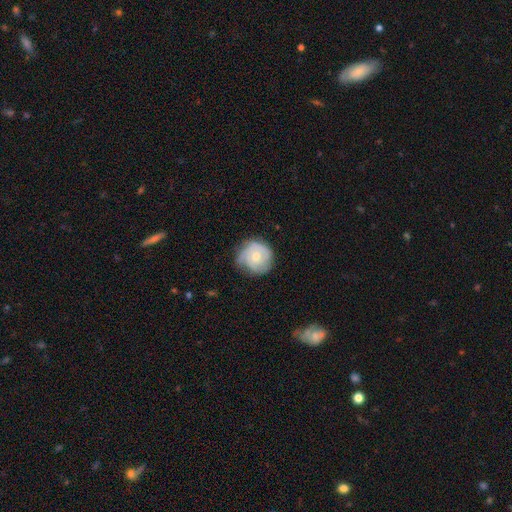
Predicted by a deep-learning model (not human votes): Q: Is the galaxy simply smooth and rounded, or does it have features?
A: featured or disk — 61%.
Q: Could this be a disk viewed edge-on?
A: no — 97%.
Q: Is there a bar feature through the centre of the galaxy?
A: no — 77%.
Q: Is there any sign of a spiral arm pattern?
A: yes — 82%.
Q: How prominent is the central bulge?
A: moderate — 57%.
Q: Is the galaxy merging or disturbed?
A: none — 60%.